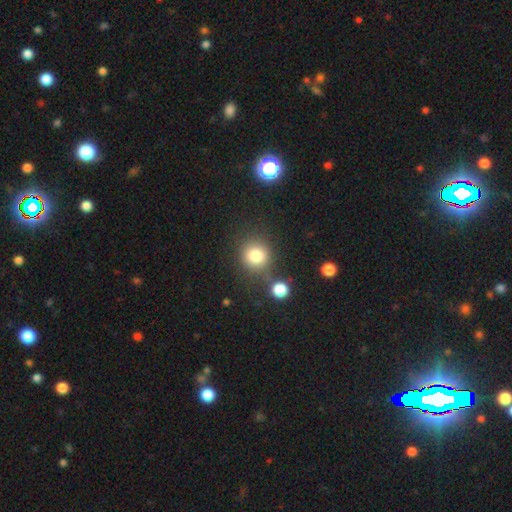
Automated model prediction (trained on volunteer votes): smooth 80%, star or artifact 13%, featured or disk 7%. Down the decision tree: how rounded — round (89%); merging — none (75%).